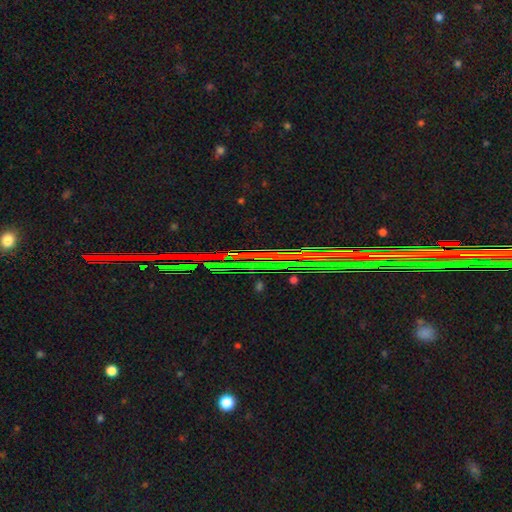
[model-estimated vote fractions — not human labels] The model was most divided on "smooth or featured": star or artifact: 88%, featured or disk: 6%, smooth: 6%.